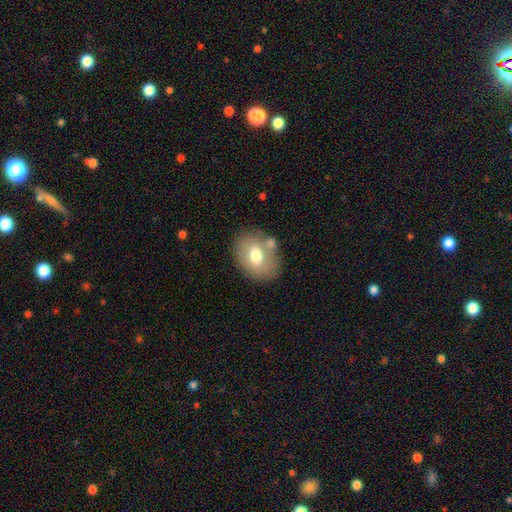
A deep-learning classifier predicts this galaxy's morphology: smooth_or_featured: smooth (p=0.67) [alt: featured or disk p=0.25]
how_rounded: in between (p=0.72) [alt: round p=0.27]
merging: none (p=0.68) [alt: minor disturbance p=0.16]